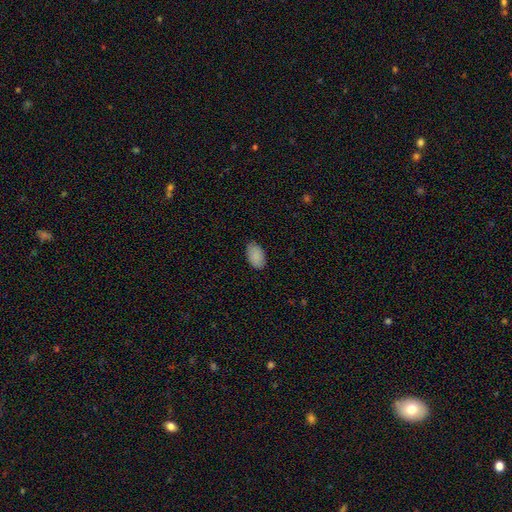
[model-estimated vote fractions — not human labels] Morphology: type=smooth (89%); roundness=in between (94%); merging=none (84%).